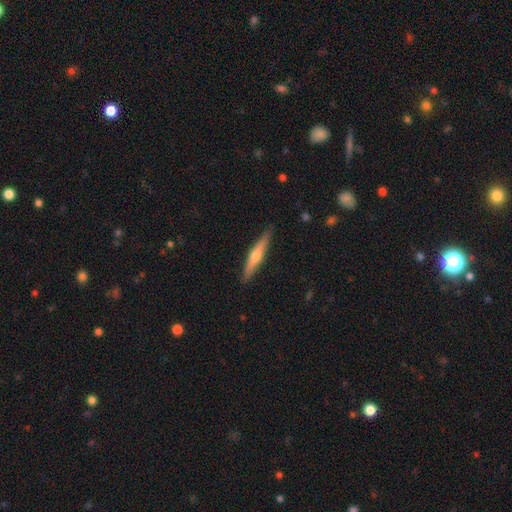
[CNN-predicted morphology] Smooth or featured?
  - featured or disk: 58% *
  - smooth: 36%
  - star or artifact: 6%
Edge-on disk?
  - yes: 96% *
  - no: 4%
Edge-on bulge?
  - rounded: 86% *
  - none: 11%
  - boxy: 3%
Merging?
  - none: 89% *
  - minor disturbance: 8%
  - major disturbance: 1%
  - merger: 1%